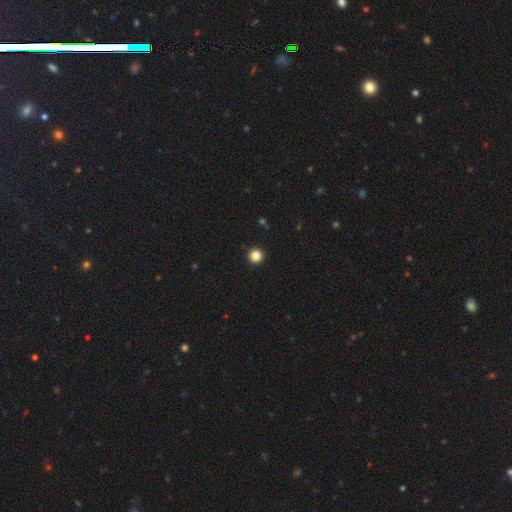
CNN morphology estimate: smooth-or-featured: smooth: 85% | star or artifact: 11% | featured or disk: 4%
  how-rounded: round: 97% | in between: 2% | cigar-shaped: 1%
  merging: none: 94% | minor disturbance: 4% | major disturbance: 1% | merger: 1%